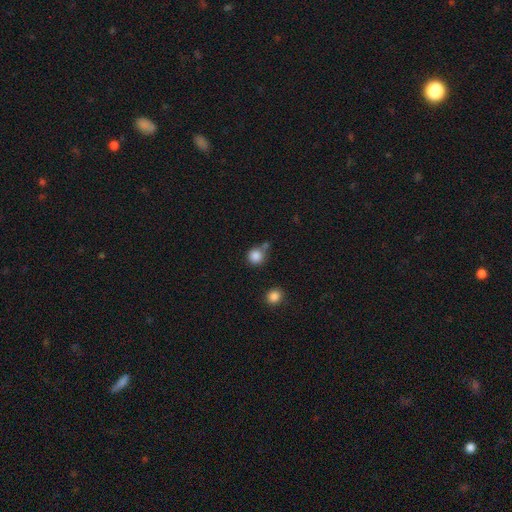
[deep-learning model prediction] smooth 85%, star or artifact 11%, featured or disk 4%. Down the decision tree: how rounded — round (91%); merging — none (60%).